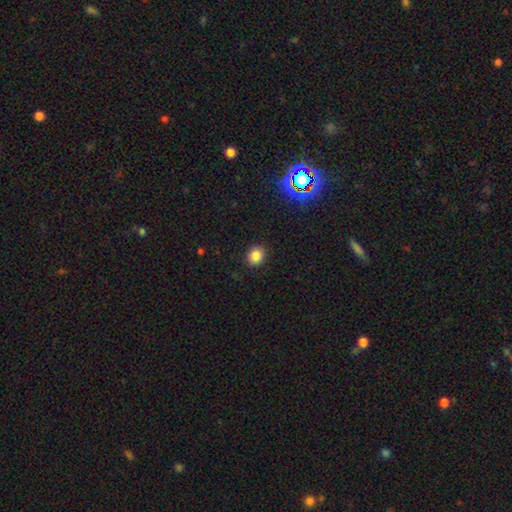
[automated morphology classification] type=smooth (84%); roundness=round (72%); merging=none (90%).